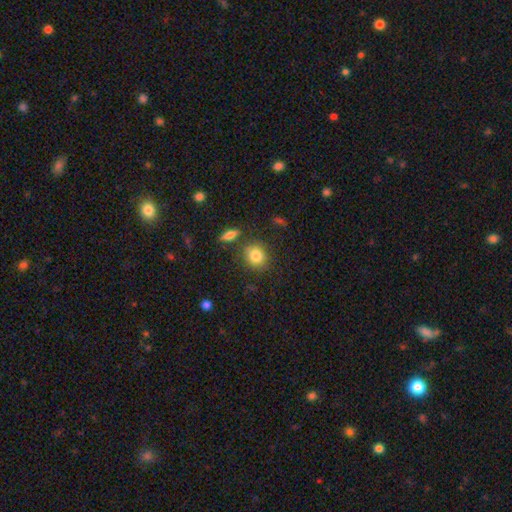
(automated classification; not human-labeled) smooth 83%, star or artifact 9%, featured or disk 8%. Down the decision tree: how rounded — round (69%); merging — none (79%).